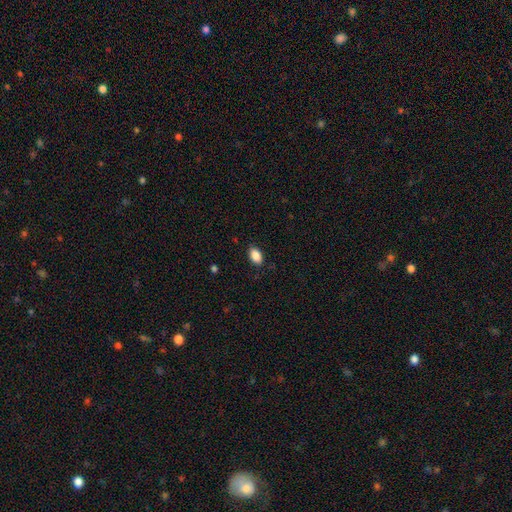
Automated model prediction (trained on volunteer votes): Overall: smooth (88%). How rounded: in between (91%). Merging: none (87%).